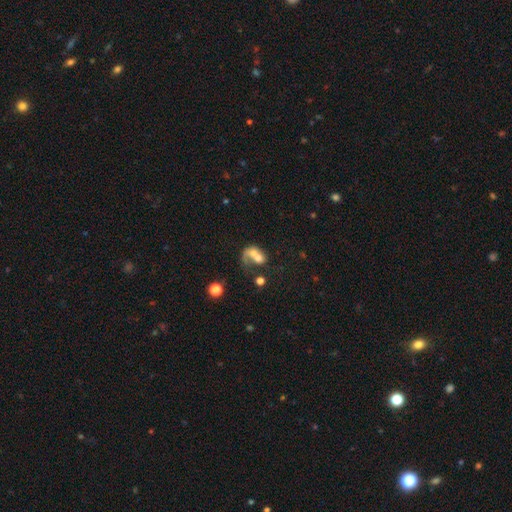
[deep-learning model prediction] Morphology: type=smooth (49%); merging=merger (64%).